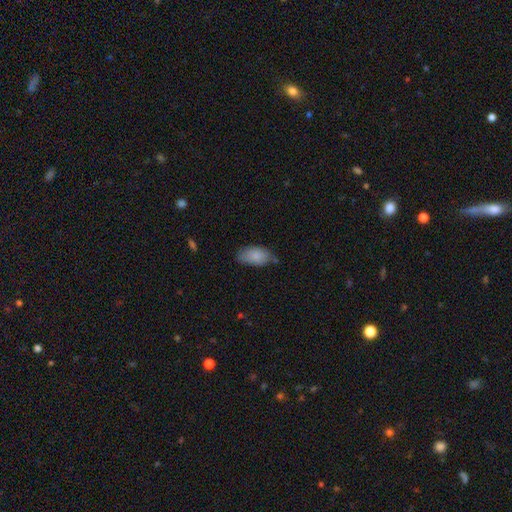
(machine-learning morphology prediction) A smooth galaxy with no disk features (84%) that is in between round and cigar-shaped (94%).

Vote fractions:
- Smooth or featured? smooth: 84% / featured or disk: 9% / star or artifact: 7%
- How rounded? in between: 94% / round: 4% / cigar-shaped: 3%
- Merging? none: 59% / minor disturbance: 31% / major disturbance: 6% / merger: 4%